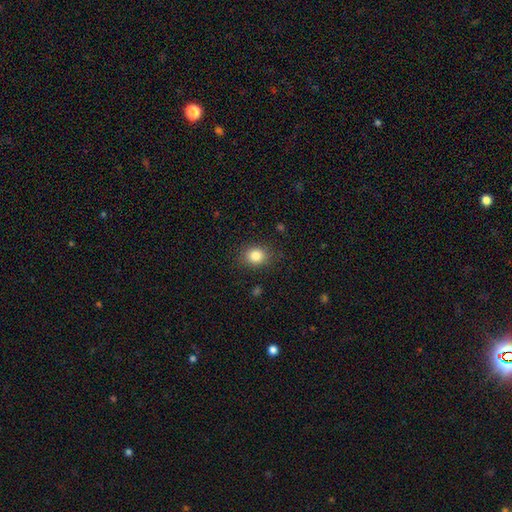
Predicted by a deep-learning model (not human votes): Smooth or featured?
  - smooth: 84% *
  - star or artifact: 10%
  - featured or disk: 6%
How rounded?
  - round: 58% *
  - in between: 41%
  - cigar-shaped: 1%
Merging?
  - none: 86% *
  - minor disturbance: 10%
  - major disturbance: 3%
  - merger: 1%